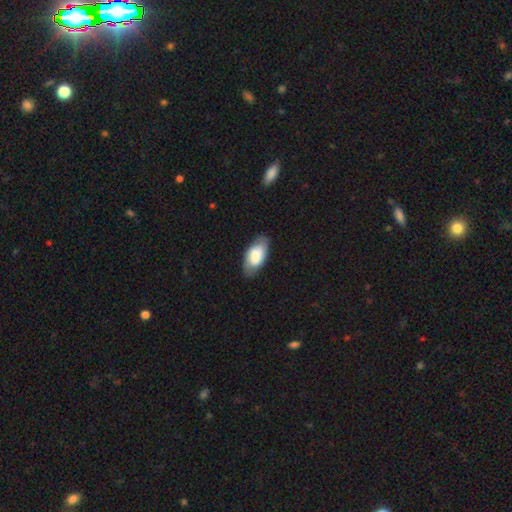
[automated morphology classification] Smooth or featured: smooth — 70% (featured or disk — 24%)
How rounded: in between — 93% (cigar-shaped — 4%)
Merging: none — 80% (minor disturbance — 15%)